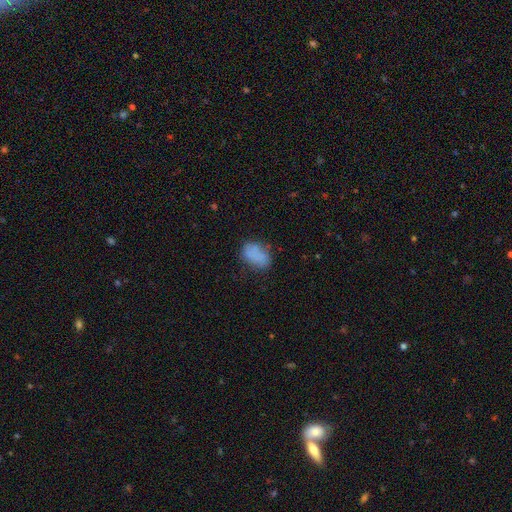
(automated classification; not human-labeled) smooth_or_featured: smooth (p=0.80) [alt: featured or disk p=0.10]
how_rounded: in between (p=0.86) [alt: round p=0.12]
merging: none (p=0.64) [alt: minor disturbance p=0.24]